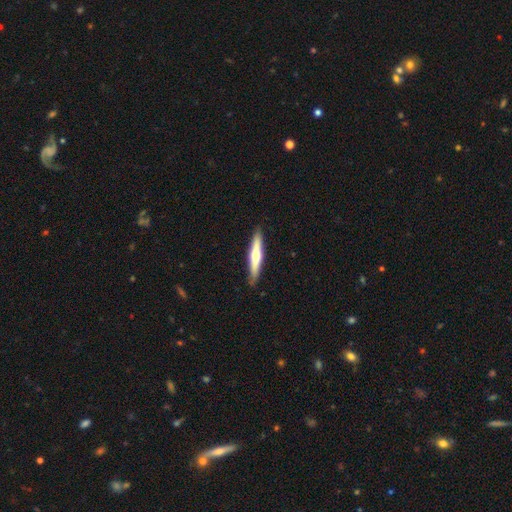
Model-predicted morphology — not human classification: Smooth or featured? Predicted: featured or disk (p=0.51). Edge-on disk? Predicted: yes (p=0.95). Merging? Predicted: none (p=0.88).